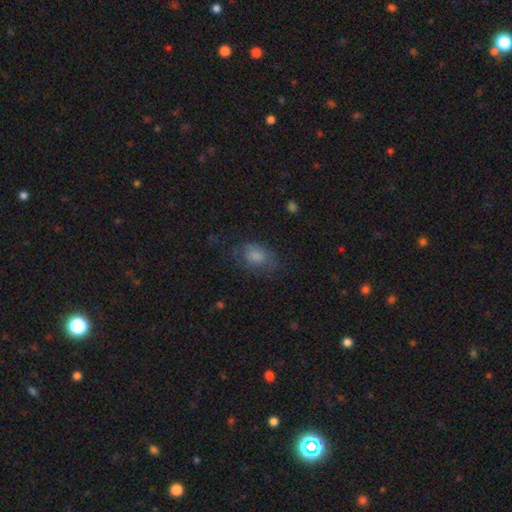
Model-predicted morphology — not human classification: smooth 61%, featured or disk 24%, star or artifact 15%. Down the decision tree: how rounded — in between (79%); merging — none (60%).